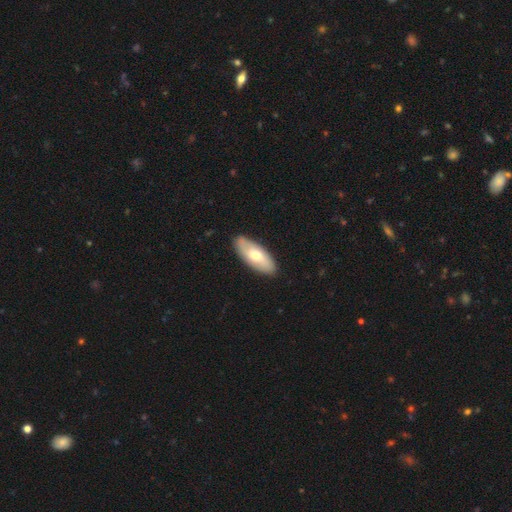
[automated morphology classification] Smooth or featured? smooth (59%)
How rounded? in between (83%)
Merging? none (87%)